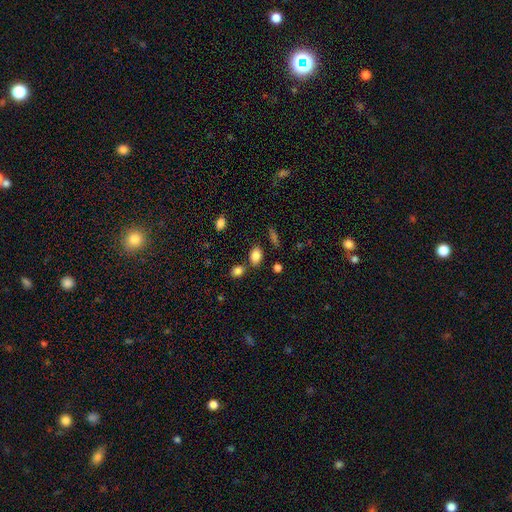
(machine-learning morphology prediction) Q: Smooth or featured?
A: smooth (83%); runner-up: star or artifact (11%)
Q: How rounded?
A: in between (78%); runner-up: round (20%)
Q: Merging?
A: none (71%); runner-up: merger (13%)